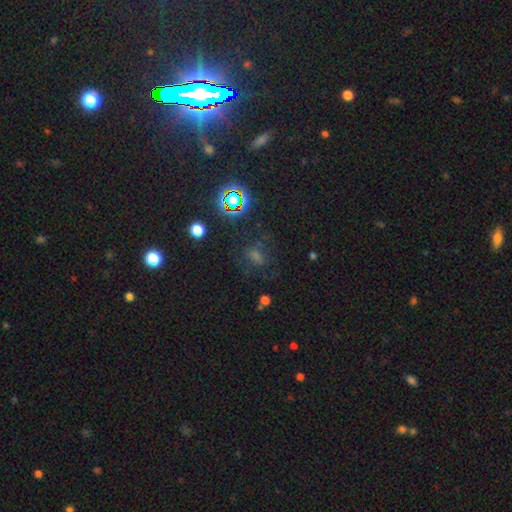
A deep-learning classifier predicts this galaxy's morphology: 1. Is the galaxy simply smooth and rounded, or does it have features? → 46% smooth, 36% star or artifact, 18% featured or disk.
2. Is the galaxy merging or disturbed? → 64% none, 19% minor disturbance, 15% major disturbance, 3% merger.